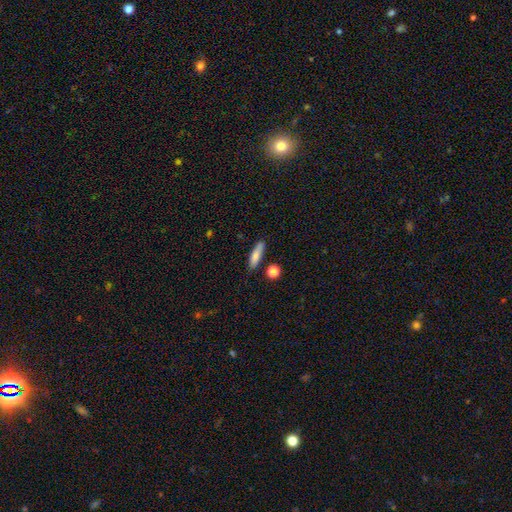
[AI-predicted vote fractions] Smooth or featured: smooth — 80% (featured or disk — 12%)
How rounded: cigar-shaped — 68% (in between — 29%)
Merging: none — 74% (minor disturbance — 17%)